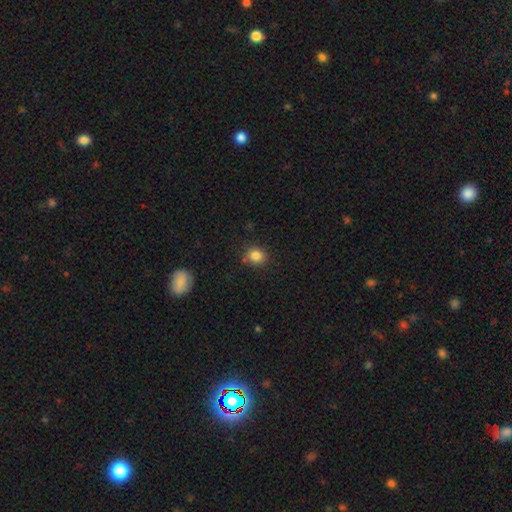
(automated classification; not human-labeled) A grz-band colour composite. It shows a smooth galaxy with no disk features (84%) that is round (74%). Merging: none (82%).